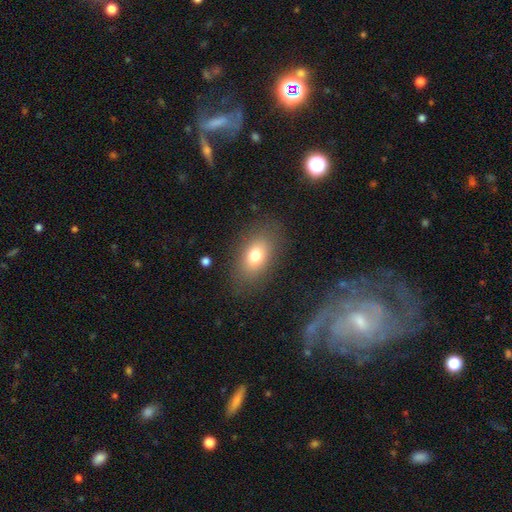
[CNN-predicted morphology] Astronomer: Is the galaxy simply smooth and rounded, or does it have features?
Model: smooth — 76%.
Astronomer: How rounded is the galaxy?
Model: in between — 85%.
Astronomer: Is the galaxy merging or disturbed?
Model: none — 82%.